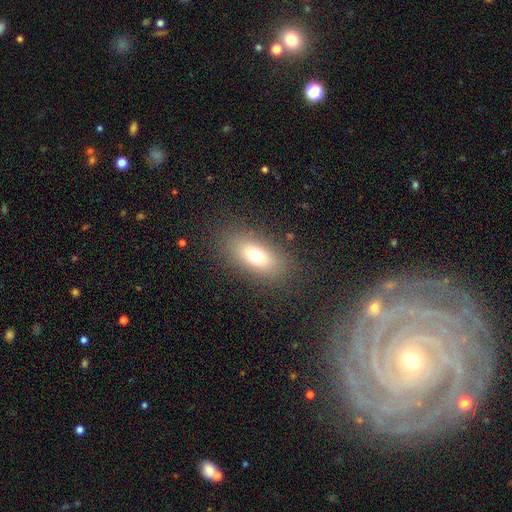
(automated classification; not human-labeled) A smooth galaxy with no disk features (72%) that is in between round and cigar-shaped (84%). Merging: none (84%).